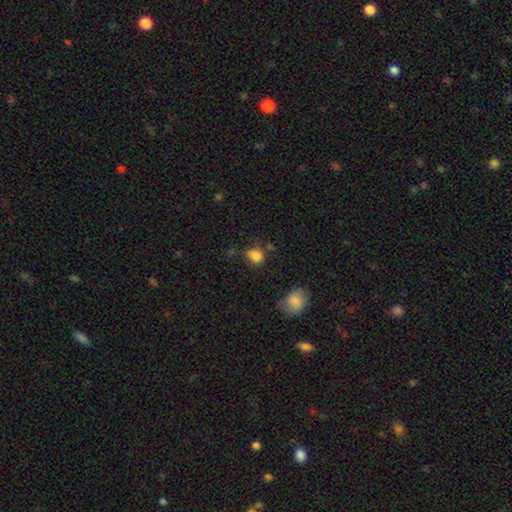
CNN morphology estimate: Smooth or featured: smooth — 83% (star or artifact — 12%)
How rounded: round — 52% (in between — 47%)
Merging: none — 61% (minor disturbance — 25%)